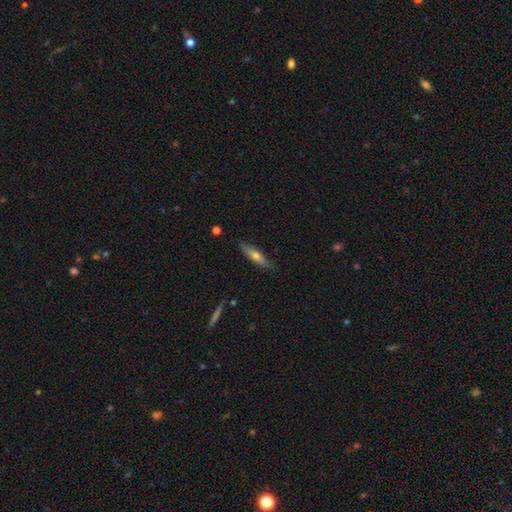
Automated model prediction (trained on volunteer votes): smooth 60%, featured or disk 34%, star or artifact 6%. Down the decision tree: how rounded — cigar-shaped (69%); merging — none (83%).